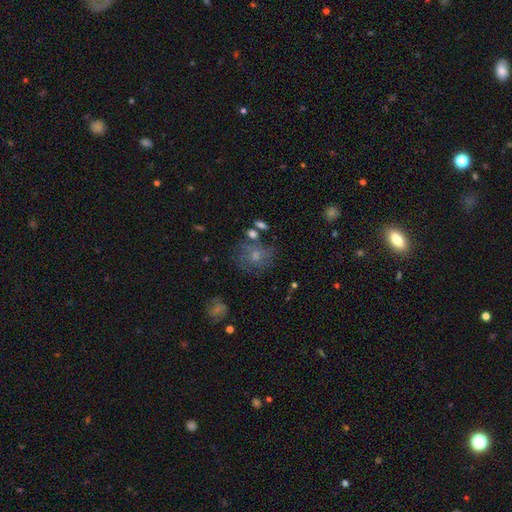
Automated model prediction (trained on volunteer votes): A smooth galaxy with no disk features (50%) that is round (69%).

Vote fractions:
- Smooth or featured? smooth: 50% / featured or disk: 35% / star or artifact: 14%
- How rounded? round: 69% / in between: 30% / cigar-shaped: 1%
- Merging? none: 56% / minor disturbance: 21% / major disturbance: 14% / merger: 9%